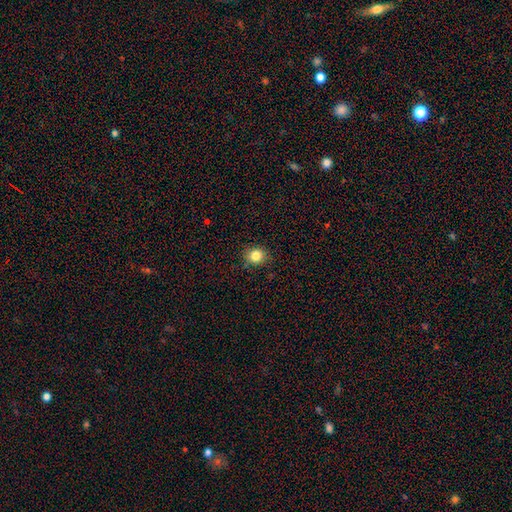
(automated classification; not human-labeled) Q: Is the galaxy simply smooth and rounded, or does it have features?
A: smooth — 83%.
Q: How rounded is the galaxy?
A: round — 81%.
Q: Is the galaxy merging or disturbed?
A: none — 87%.